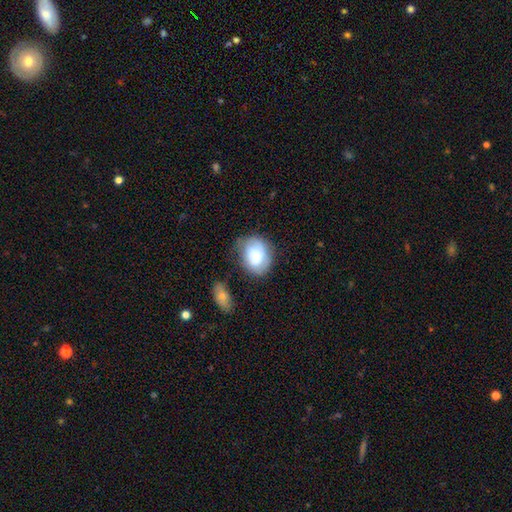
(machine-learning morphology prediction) smooth-or-featured: smooth: 67% | featured or disk: 26% | star or artifact: 7%
  how-rounded: in between: 57% | round: 42% | cigar-shaped: 1%
  merging: none: 59% | minor disturbance: 25% | major disturbance: 9% | merger: 7%